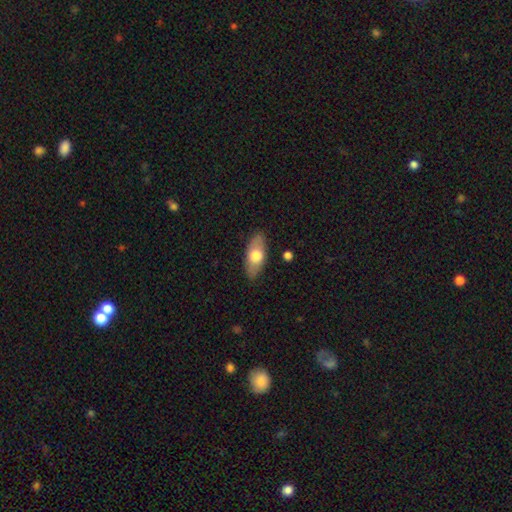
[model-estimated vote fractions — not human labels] This appears to be a smooth galaxy with no disk features (63%) that is in between round and cigar-shaped (84%). Merging: none (85%).